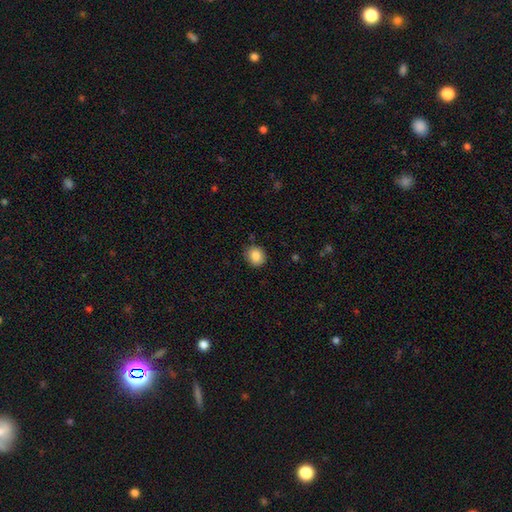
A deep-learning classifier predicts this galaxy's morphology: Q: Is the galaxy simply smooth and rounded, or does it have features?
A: smooth — 86%.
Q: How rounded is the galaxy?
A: round — 80%.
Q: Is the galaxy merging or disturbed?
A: none — 86%.